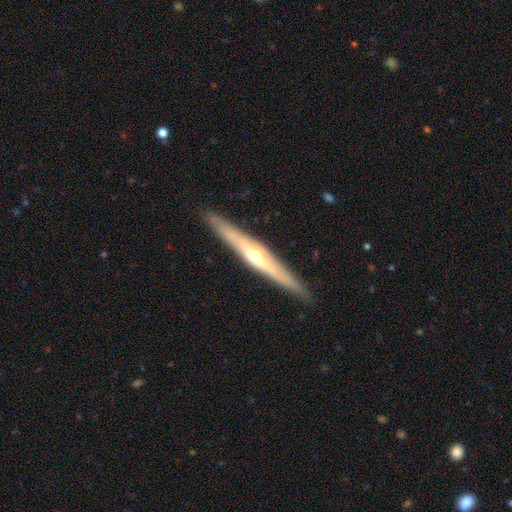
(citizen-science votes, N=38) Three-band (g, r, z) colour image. It shows a featured or disk galaxy (87%) viewed edge-on (94%) with a rounded central bulge (77%). Merging: none (94%).